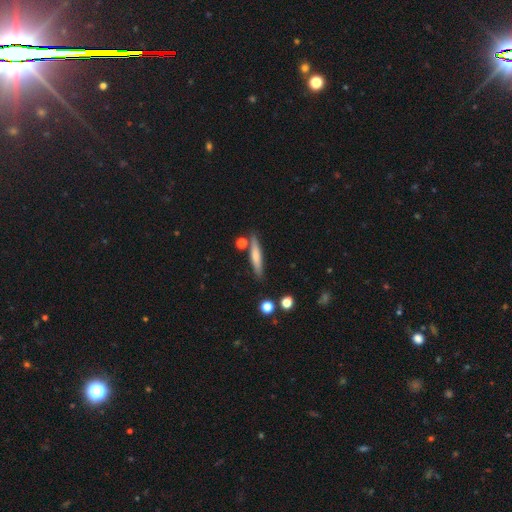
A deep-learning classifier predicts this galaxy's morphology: Overall: smooth (61%; featured or disk 32%). How rounded: cigar-shaped (88%). Merging: none (80%).